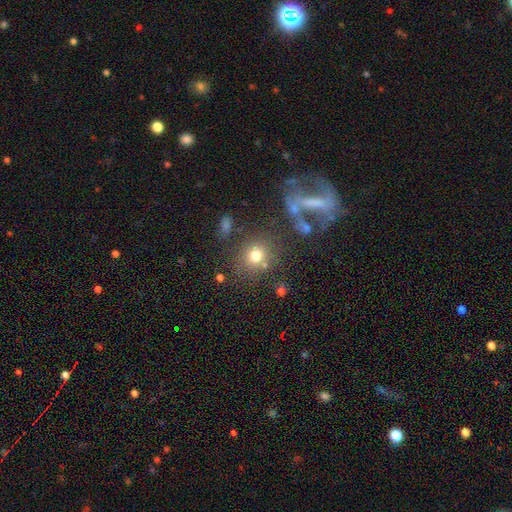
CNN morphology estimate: This is likely a smooth galaxy (73%). How rounded: likely round (77%). Merging: likely none (69%).